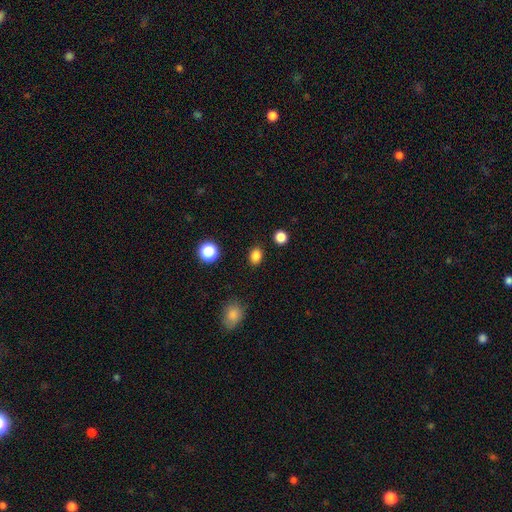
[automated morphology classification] Smooth or featured? smooth (85%)
How rounded? in between (62%)
Merging? none (87%)